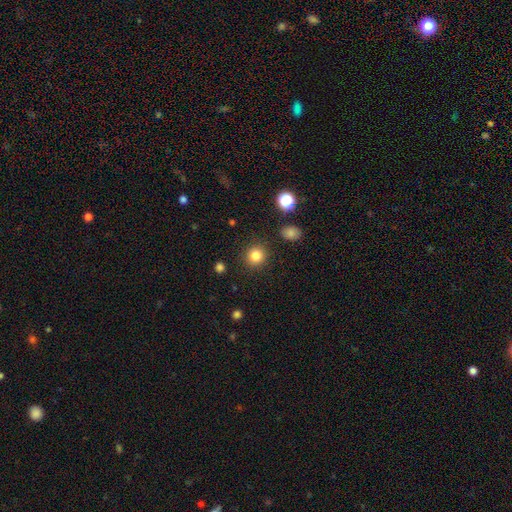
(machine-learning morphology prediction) Smooth or featured?
  - smooth: 83% *
  - star or artifact: 12%
  - featured or disk: 5%
How rounded?
  - round: 91% *
  - in between: 8%
  - cigar-shaped: 1%
Merging?
  - none: 90% *
  - minor disturbance: 6%
  - major disturbance: 3%
  - merger: 2%